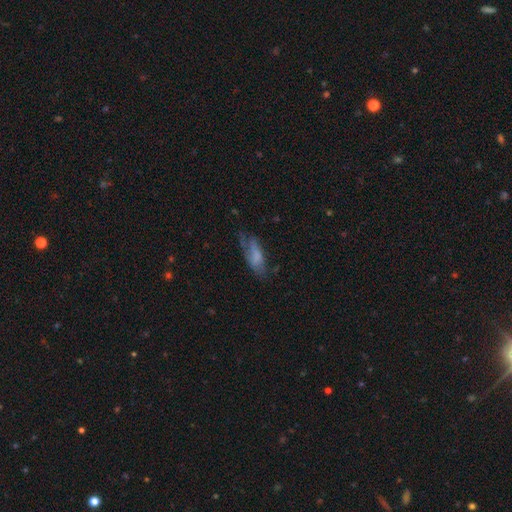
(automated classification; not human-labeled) Overall: smooth (57%; featured or disk 34%). How rounded: in between (74%). Merging: none (41%; minor disturbance 31%).